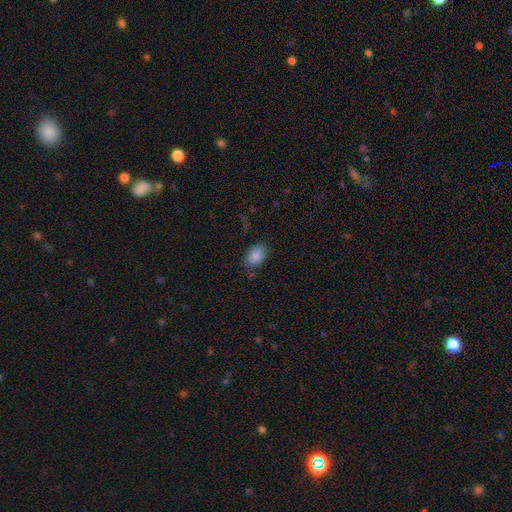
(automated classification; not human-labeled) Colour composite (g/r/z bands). It shows a smooth galaxy with no disk features (86%) that is in between round and cigar-shaped (87%). Merging: none (79%).